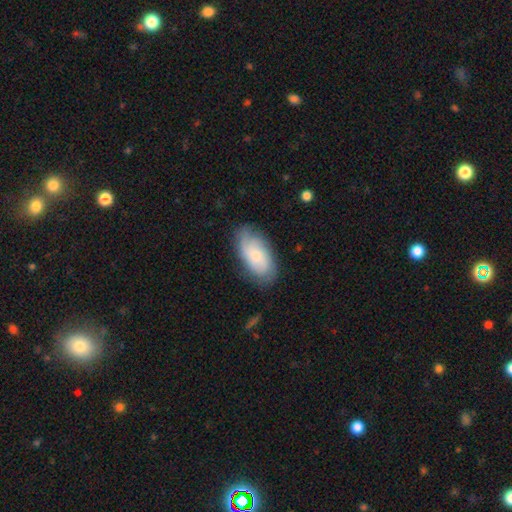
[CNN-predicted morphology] smooth_or_featured: featured or disk (p=0.48) [alt: smooth p=0.46]
merging: none (p=0.74) [alt: minor disturbance p=0.19]